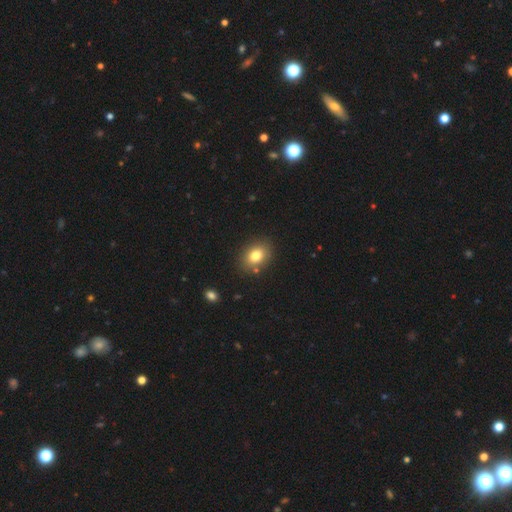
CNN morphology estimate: Smooth or featured? Predicted: smooth (p=0.80). How rounded? Predicted: in between (p=0.64). Merging? Predicted: none (p=0.84).